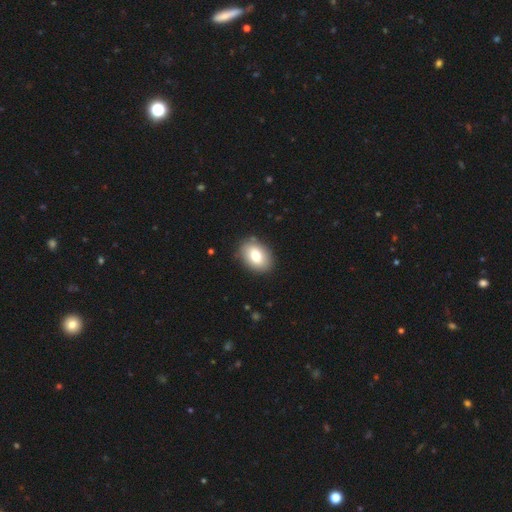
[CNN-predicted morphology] smooth_or_featured: smooth (p=0.78) [alt: featured or disk p=0.14]
how_rounded: in between (p=0.82) [alt: round p=0.17]
merging: none (p=0.87) [alt: minor disturbance p=0.09]